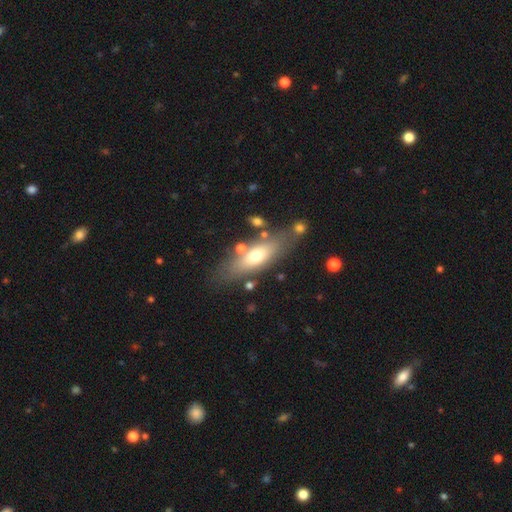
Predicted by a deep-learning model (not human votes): Overall: smooth (59%; featured or disk 34%). How rounded: in between (60%; cigar-shaped 37%). Merging: none (70%).